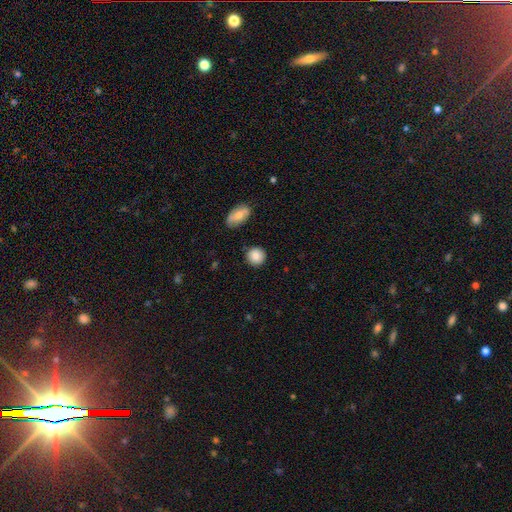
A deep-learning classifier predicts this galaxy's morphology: smooth 86%, star or artifact 8%, featured or disk 7%. Down the decision tree: how rounded — round (87%); merging — none (85%).